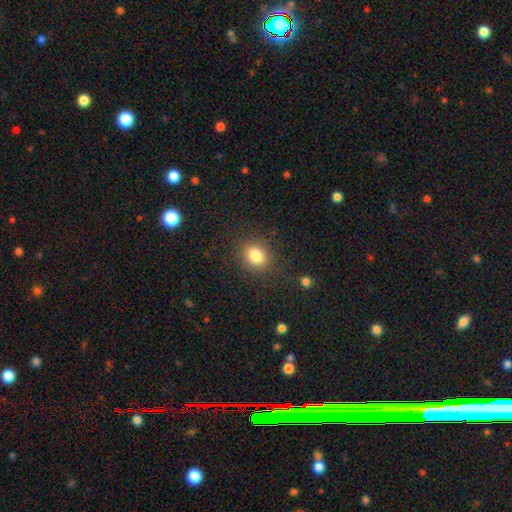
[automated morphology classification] This is clearly a smooth galaxy (82%). How rounded: likely round (63%). Merging: clearly none (86%).